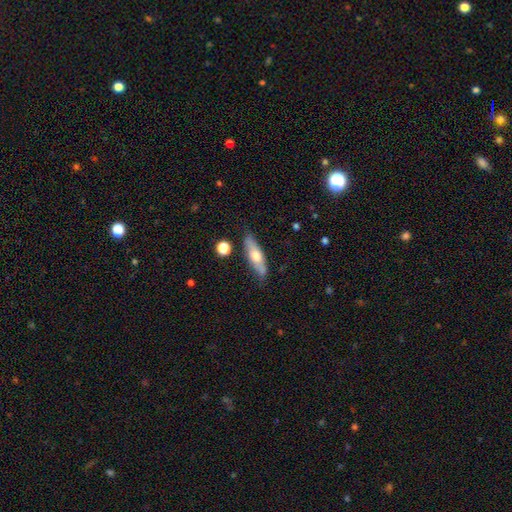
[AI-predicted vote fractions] Smooth or featured?
  - smooth: 51% *
  - featured or disk: 43%
  - star or artifact: 6%
How rounded?
  - cigar-shaped: 62% *
  - in between: 36%
  - round: 3%
Merging?
  - none: 82% *
  - minor disturbance: 13%
  - merger: 3%
  - major disturbance: 3%